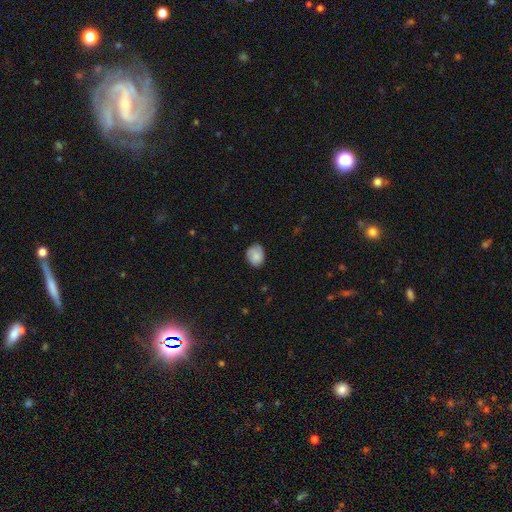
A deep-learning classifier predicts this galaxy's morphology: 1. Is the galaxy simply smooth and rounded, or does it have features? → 83% smooth, 9% featured or disk, 7% star or artifact.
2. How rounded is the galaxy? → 51% round, 48% in between, 1% cigar-shaped.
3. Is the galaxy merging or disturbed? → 74% none, 22% minor disturbance, 4% major disturbance, 1% merger.